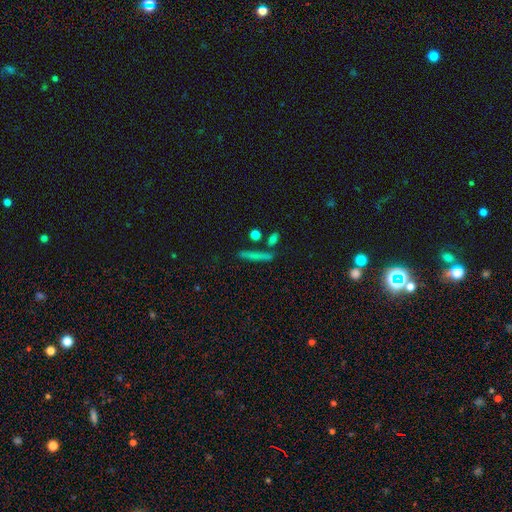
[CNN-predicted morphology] This appears to be a smooth galaxy with no disk features (65%) that is cigar-shaped (88%). Merging: none (75%).